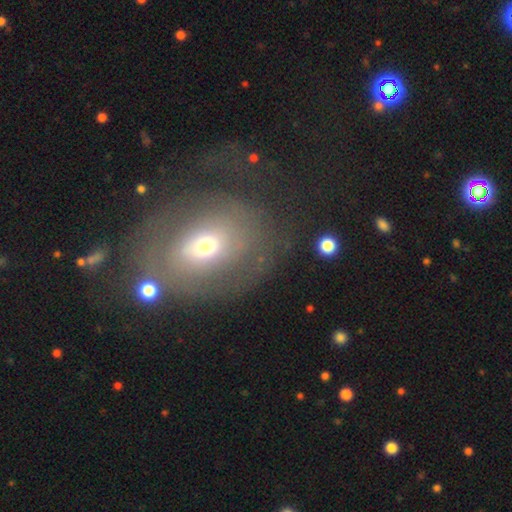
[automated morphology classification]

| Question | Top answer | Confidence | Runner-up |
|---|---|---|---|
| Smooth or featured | featured or disk | 56% | smooth (31%) |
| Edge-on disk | no | 94% | yes (6%) |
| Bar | no | 66% | weak (25%) |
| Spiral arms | yes | 51% | no (49%) |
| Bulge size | moderate | 53% | small (38%) |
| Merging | none | 57% | major disturbance (21%) |